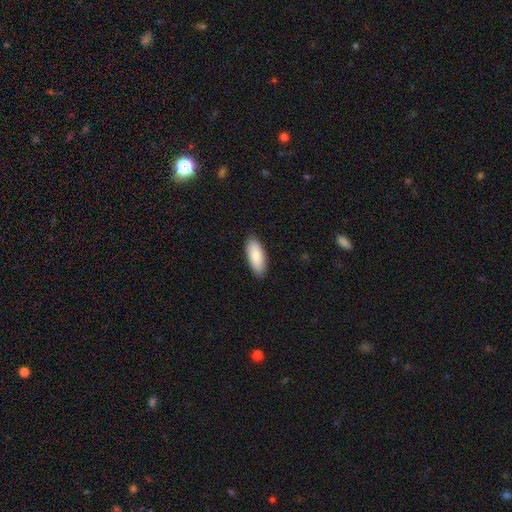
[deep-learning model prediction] This appears to be a smooth galaxy with no disk features (89%) that is in between round and cigar-shaped (81%). Merging: none (89%).